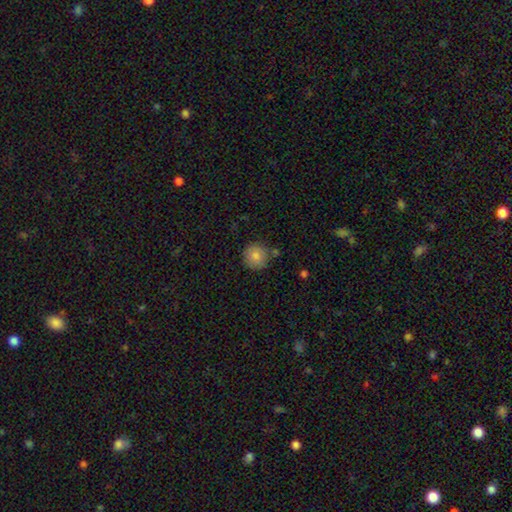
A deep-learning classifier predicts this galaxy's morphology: Smooth or featured: smooth — 83% (star or artifact — 8%)
How rounded: round — 94% (in between — 5%)
Merging: none — 80% (minor disturbance — 12%)